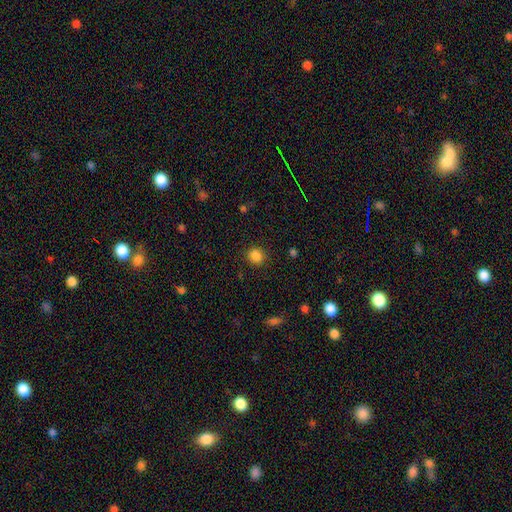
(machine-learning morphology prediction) A smooth galaxy with no disk features (85%) that is round (83%).

Vote fractions:
- Smooth or featured? smooth: 85% / star or artifact: 12% / featured or disk: 3%
- How rounded? round: 83% / in between: 16% / cigar-shaped: 1%
- Merging? none: 88% / minor disturbance: 8% / major disturbance: 3% / merger: 1%